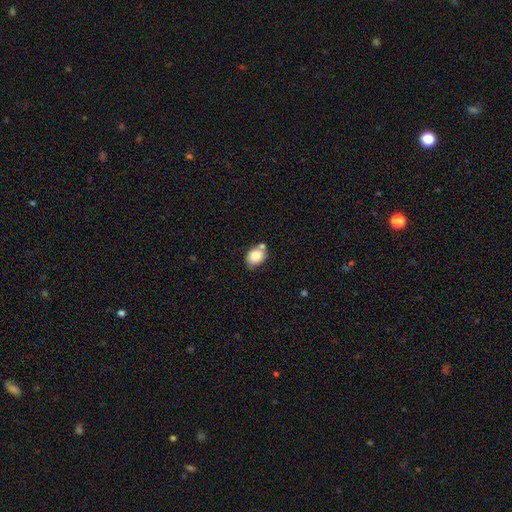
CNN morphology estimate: smooth 82%, featured or disk 9%, star or artifact 8%. Down the decision tree: how rounded — in between (60%); merging — none (58%).